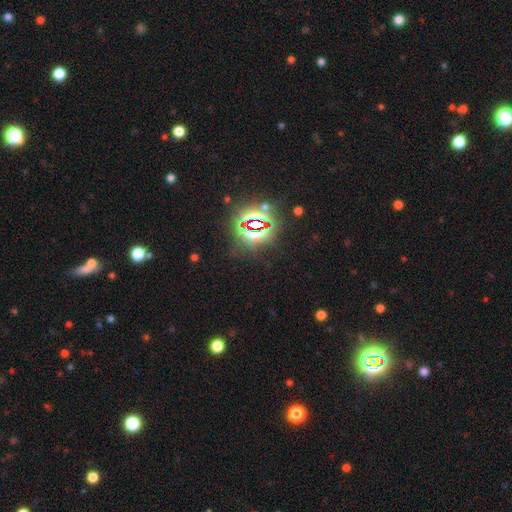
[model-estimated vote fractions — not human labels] Q: Smooth or featured?
A: star or artifact (82%); runner-up: smooth (11%)